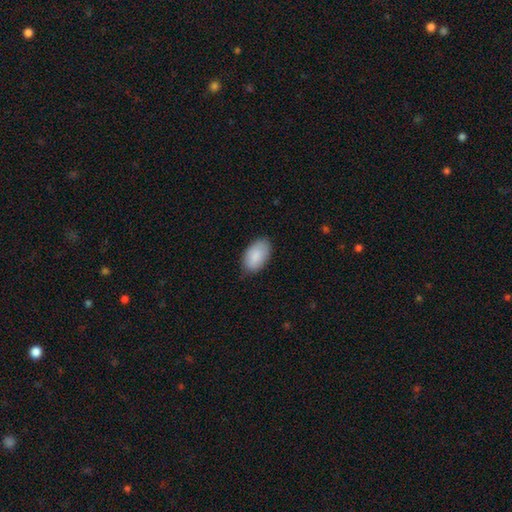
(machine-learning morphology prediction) Smooth or featured? Predicted: smooth (p=0.88). How rounded? Predicted: in between (p=0.94). Merging? Predicted: none (p=0.80).